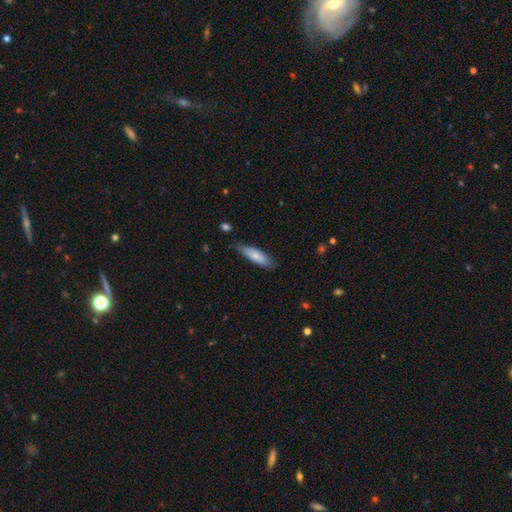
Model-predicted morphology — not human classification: The model was most divided on "how rounded": cigar-shaped: 56%, in between: 42%, round: 2%. More confident: merging — none (80%); smooth or featured — smooth (77%).